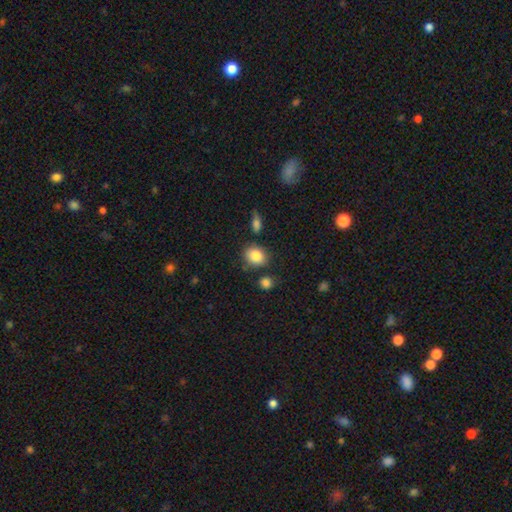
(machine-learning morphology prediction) A smooth galaxy with no disk features (85%) that is round (54%).

Vote fractions:
- Smooth or featured? smooth: 85% / star or artifact: 9% / featured or disk: 6%
- How rounded? round: 54% / in between: 45% / cigar-shaped: 1%
- Merging? none: 73% / minor disturbance: 15% / merger: 8% / major disturbance: 4%